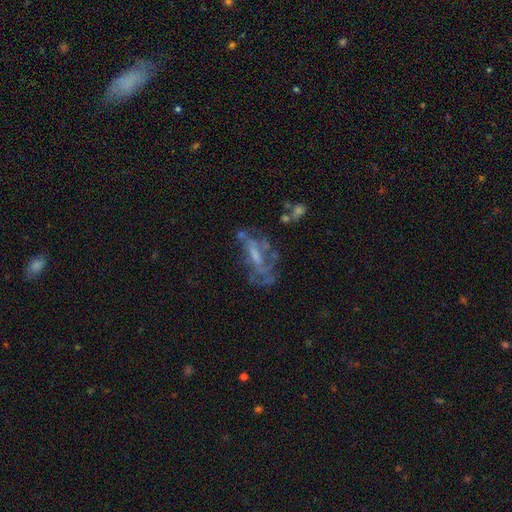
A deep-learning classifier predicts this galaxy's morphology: Q: Smooth or featured?
A: featured or disk (68%); runner-up: smooth (20%)
Q: Edge-on disk?
A: no (90%); runner-up: yes (10%)
Q: Bar?
A: no (45%); runner-up: weak (37%)
Q: Spiral arms?
A: yes (54%); runner-up: no (46%)
Q: Bulge size?
A: small (34%); runner-up: moderate (33%)
Q: Merging?
A: none (44%); runner-up: major disturbance (28%)